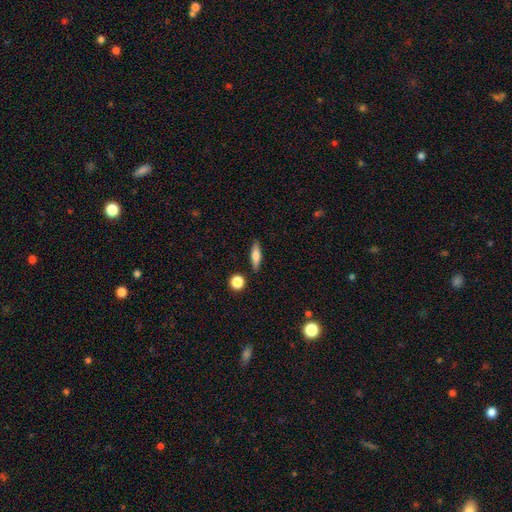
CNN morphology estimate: smooth_or_featured: smooth (p=0.66) [alt: featured or disk p=0.26]
how_rounded: cigar-shaped (p=0.56) [alt: in between p=0.40]
merging: none (p=0.85) [alt: minor disturbance p=0.09]